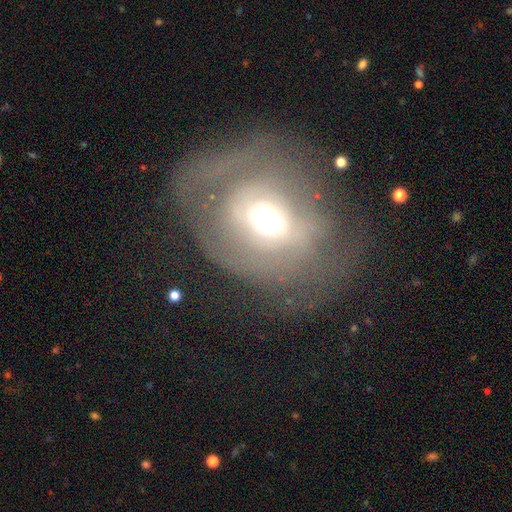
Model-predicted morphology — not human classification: Smooth or featured? featured or disk (62%)
Edge-on disk? no (94%)
Bar? no (62%)
Spiral arms? yes (52%)
Bulge size? moderate (63%)
Merging? none (47%)